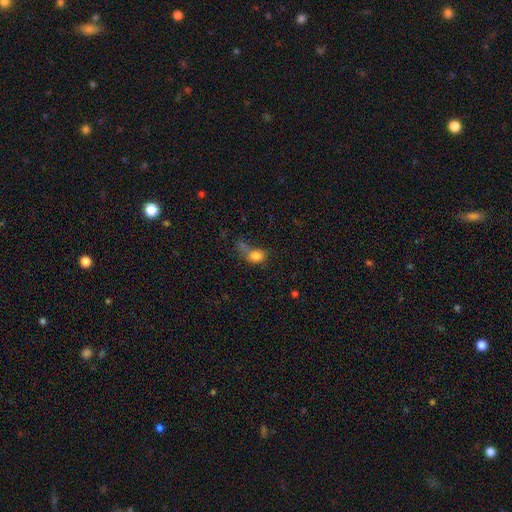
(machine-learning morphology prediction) This appears to be a smooth galaxy with no disk features (78%) that is in between round and cigar-shaped (54%). Merging: merger (32%).